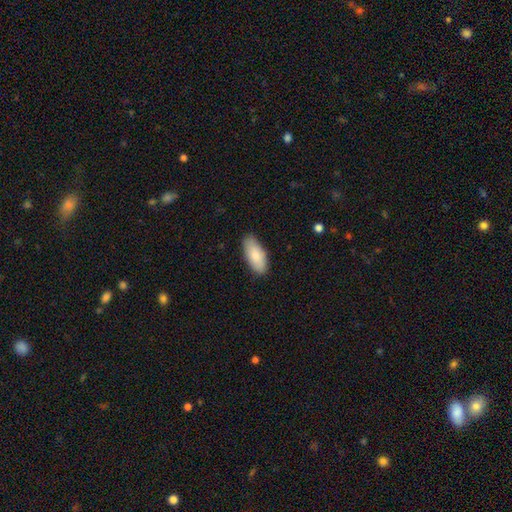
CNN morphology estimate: A smooth galaxy with no disk features (84%) that is in between round and cigar-shaped (89%).

Vote fractions:
- Smooth or featured? smooth: 84% / featured or disk: 11% / star or artifact: 6%
- How rounded? in between: 89% / cigar-shaped: 9% / round: 2%
- Merging? none: 85% / minor disturbance: 12% / major disturbance: 2% / merger: 1%